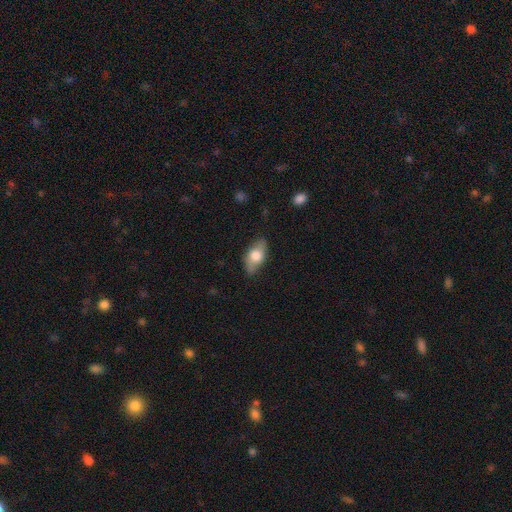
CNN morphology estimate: This is likely a smooth galaxy (66%). How rounded: clearly in between (87%). Merging: likely none (79%).